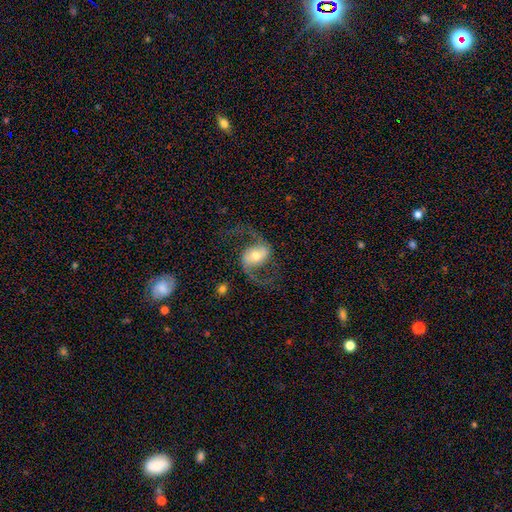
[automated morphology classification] Overall: featured or disk (89%). Edge-on disk: no (97%). Bar: weak (37%; no 36%). Spiral arms: yes (97%). Spiral arm count: 2 (94%). Spiral winding: loose (64%; medium 31%). Bulge size: moderate (62%; small 26%). Merging: none (75%).